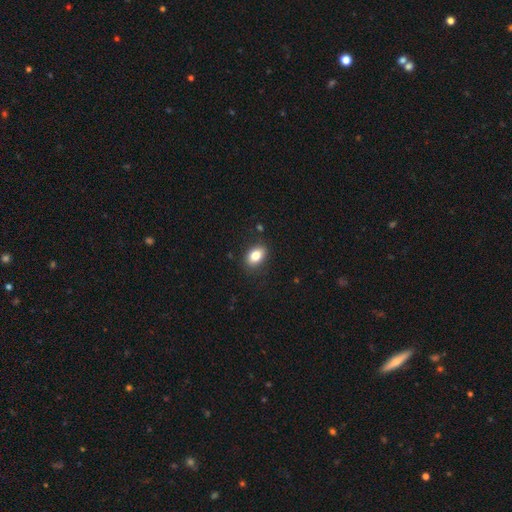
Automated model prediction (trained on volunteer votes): Overall: smooth (81%). How rounded: in between (83%). Merging: none (86%).